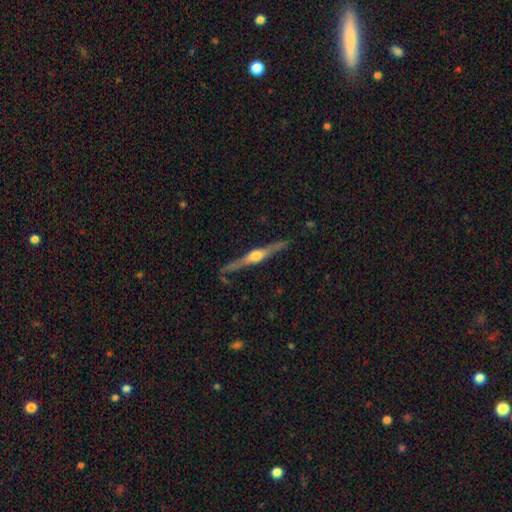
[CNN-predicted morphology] A featured or disk galaxy (81%) viewed edge-on (98%) with a rounded central bulge (91%).

Vote fractions:
- Smooth or featured? featured or disk: 81% / smooth: 14% / star or artifact: 5%
- Edge-on disk? yes: 98% / no: 2%
- Edge-on bulge? rounded: 91% / boxy: 6% / none: 3%
- Merging? none: 86% / minor disturbance: 10% / major disturbance: 2% / merger: 2%